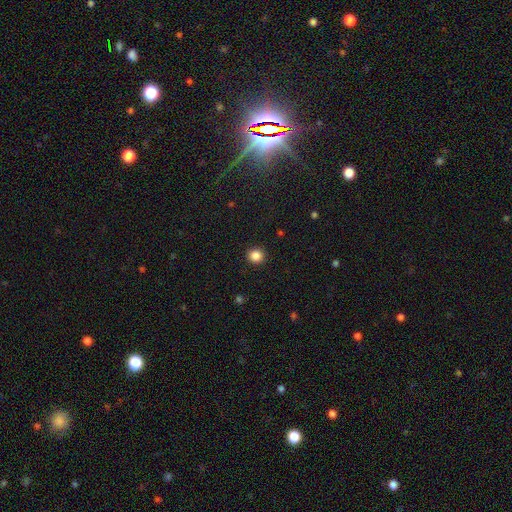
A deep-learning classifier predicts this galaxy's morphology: Smooth or featured? Predicted: smooth (p=0.86). How rounded? Predicted: round (p=0.92). Merging? Predicted: none (p=0.93).